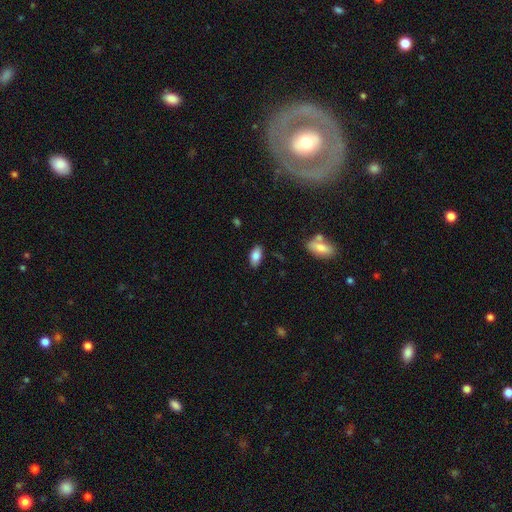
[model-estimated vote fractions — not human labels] Morphology: type=smooth (84%); roundness=in between (92%); merging=none (86%).